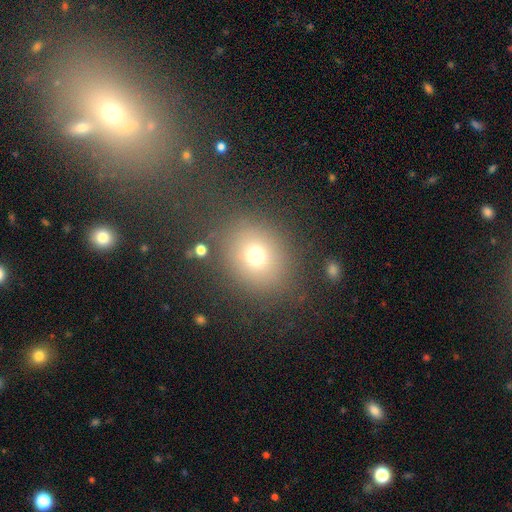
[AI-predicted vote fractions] Morphology: type=smooth (71%); roundness=round (68%); merging=none (78%).